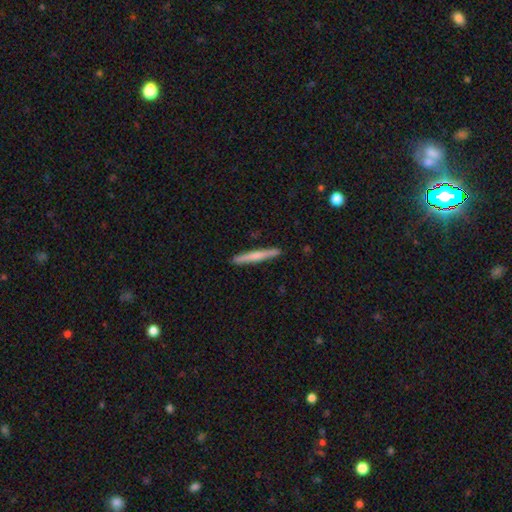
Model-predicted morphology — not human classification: Smooth or featured: smooth — 58% (featured or disk — 37%)
How rounded: cigar-shaped — 96% (in between — 3%)
Merging: none — 92% (minor disturbance — 6%)